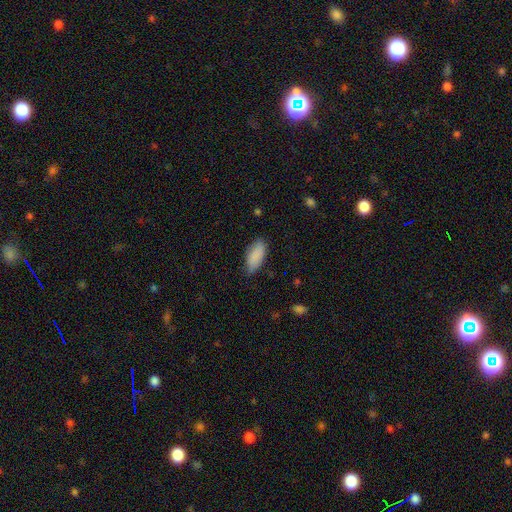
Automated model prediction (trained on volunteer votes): Smooth or featured: smooth — 88% (star or artifact — 6%)
How rounded: in between — 87% (cigar-shaped — 12%)
Merging: none — 77% (minor disturbance — 18%)